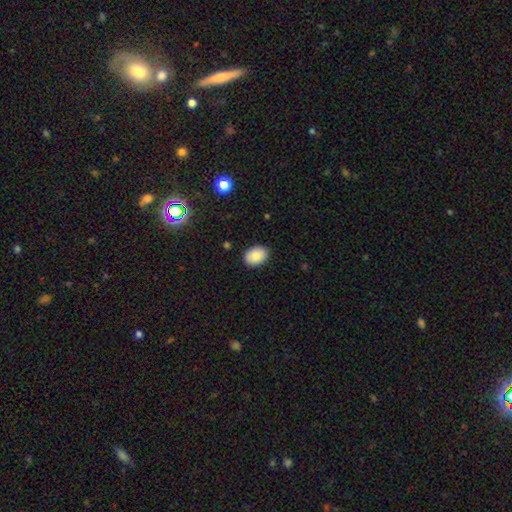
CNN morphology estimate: smooth_or_featured: smooth (p=0.85) [alt: star or artifact p=0.08]
how_rounded: in between (p=0.80) [alt: round p=0.19]
merging: none (p=0.89) [alt: minor disturbance p=0.08]